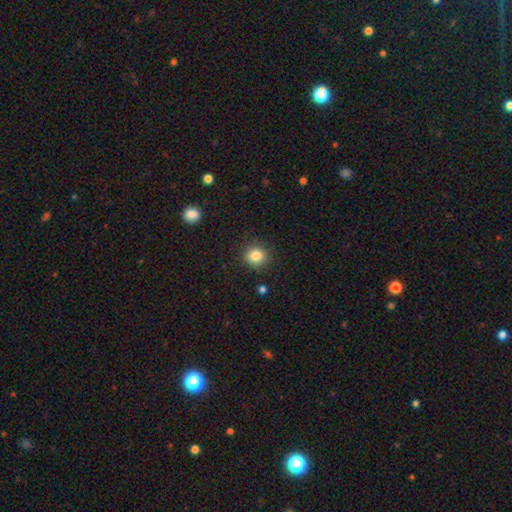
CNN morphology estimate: The model was most divided on "smooth or featured": smooth: 84%, star or artifact: 11%, featured or disk: 5%. More confident: merging — none (89%); how rounded — round (87%).